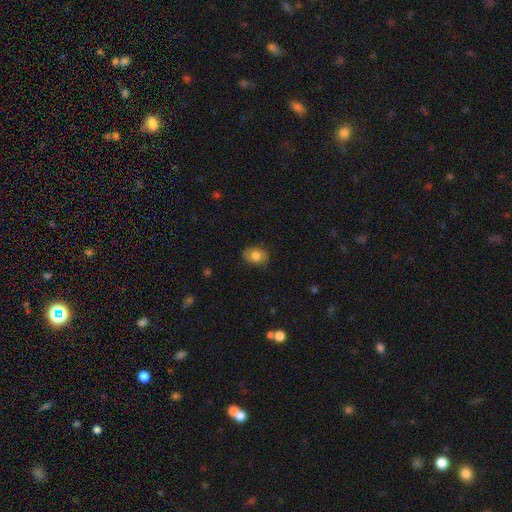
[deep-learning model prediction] Smooth or featured? smooth (79%)
How rounded? in between (65%)
Merging? none (82%)